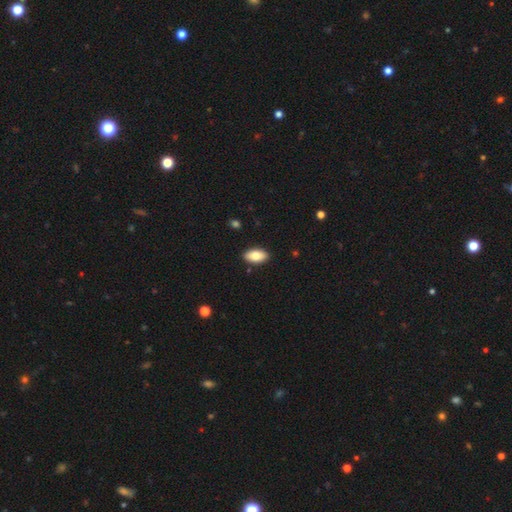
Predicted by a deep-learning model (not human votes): A smooth galaxy with no disk features (82%) that is in between round and cigar-shaped (94%).

Vote fractions:
- Smooth or featured? smooth: 82% / featured or disk: 11% / star or artifact: 7%
- How rounded? in between: 94% / round: 3% / cigar-shaped: 3%
- Merging? none: 89% / minor disturbance: 8% / major disturbance: 2% / merger: 1%